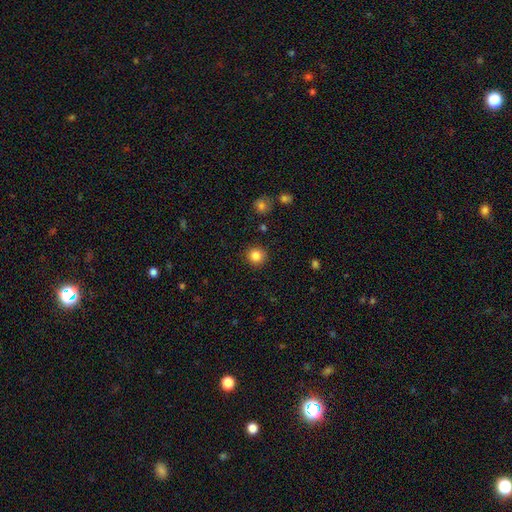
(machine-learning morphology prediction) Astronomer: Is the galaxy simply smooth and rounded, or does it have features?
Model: smooth — 84%.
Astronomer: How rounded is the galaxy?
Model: round — 93%.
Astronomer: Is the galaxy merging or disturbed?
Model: none — 91%.